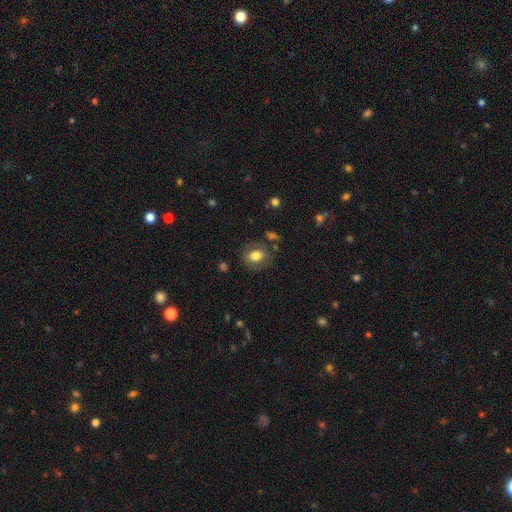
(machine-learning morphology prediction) Smooth or featured?
  - smooth: 70% *
  - featured or disk: 21%
  - star or artifact: 8%
How rounded?
  - round: 55% *
  - in between: 44%
  - cigar-shaped: 1%
Merging?
  - none: 78% *
  - minor disturbance: 13%
  - major disturbance: 6%
  - merger: 3%